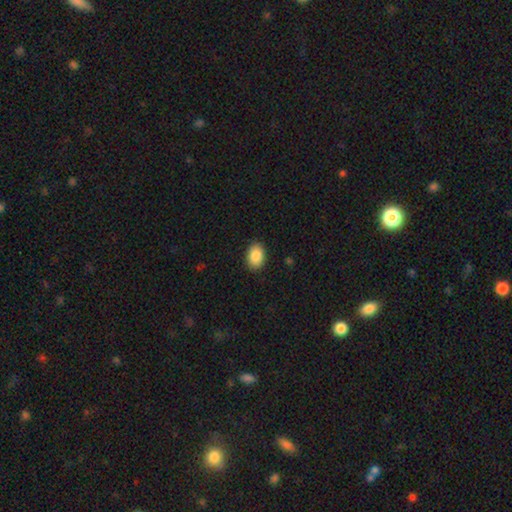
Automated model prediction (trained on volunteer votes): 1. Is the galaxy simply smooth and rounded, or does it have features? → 89% smooth, 7% star or artifact, 4% featured or disk.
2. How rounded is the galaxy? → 80% in between, 20% round, 1% cigar-shaped.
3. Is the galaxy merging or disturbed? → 89% none, 8% minor disturbance, 2% major disturbance, 1% merger.